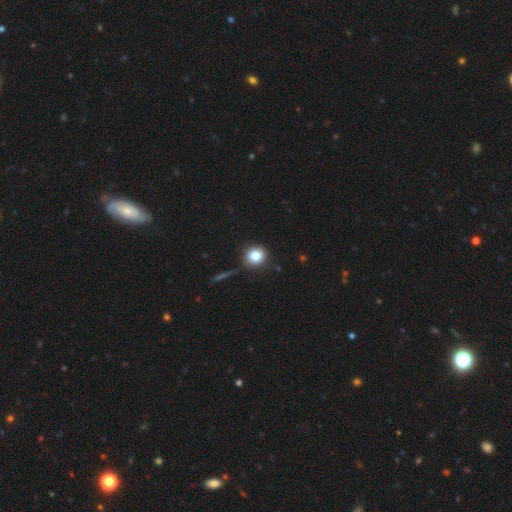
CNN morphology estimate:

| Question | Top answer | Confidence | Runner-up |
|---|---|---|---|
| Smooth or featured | smooth | 82% | star or artifact (11%) |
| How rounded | round | 85% | in between (14%) |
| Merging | none | 82% | minor disturbance (12%) |